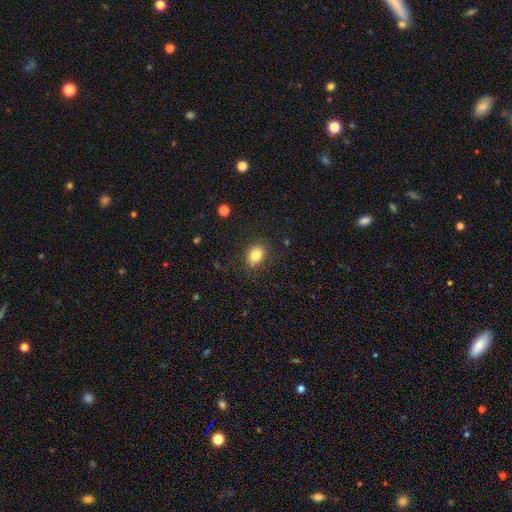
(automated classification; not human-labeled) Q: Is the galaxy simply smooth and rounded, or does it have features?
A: smooth — 83%.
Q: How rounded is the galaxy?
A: in between — 64%.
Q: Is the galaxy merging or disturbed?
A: none — 83%.